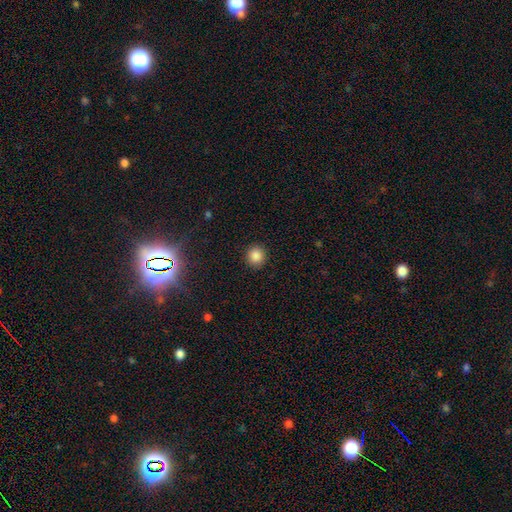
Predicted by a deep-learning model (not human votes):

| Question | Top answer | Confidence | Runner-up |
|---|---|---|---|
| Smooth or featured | smooth | 86% | star or artifact (11%) |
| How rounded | round | 90% | in between (9%) |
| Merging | none | 91% | minor disturbance (6%) |